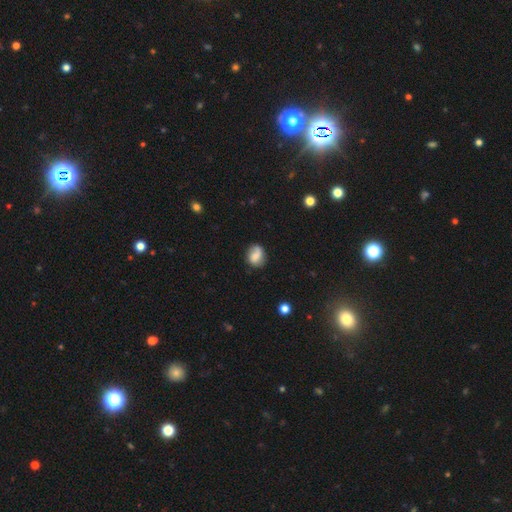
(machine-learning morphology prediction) smooth_or_featured: smooth (p=0.62) [alt: featured or disk p=0.29]
how_rounded: round (p=0.62) [alt: in between p=0.37]
merging: none (p=0.65) [alt: minor disturbance p=0.24]